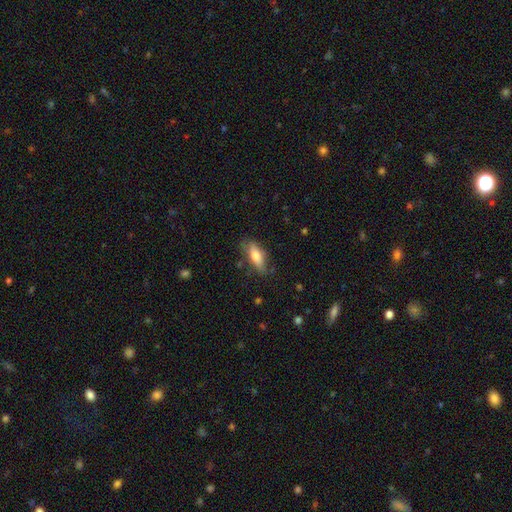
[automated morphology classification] This appears to be a smooth galaxy with no disk features (69%) that is in between round and cigar-shaped (64%). Merging: none (72%).